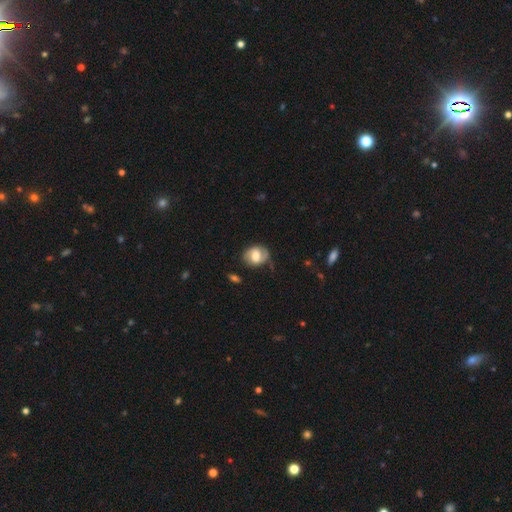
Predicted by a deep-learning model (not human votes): Q: Smooth or featured?
A: featured or disk (54%); runner-up: smooth (39%)
Q: Edge-on disk?
A: no (96%); runner-up: yes (4%)
Q: Bar?
A: weak (45%); runner-up: no (37%)
Q: Spiral arms?
A: yes (80%); runner-up: no (20%)
Q: Bulge size?
A: moderate (56%); runner-up: large (27%)
Q: Merging?
A: none (66%); runner-up: minor disturbance (24%)